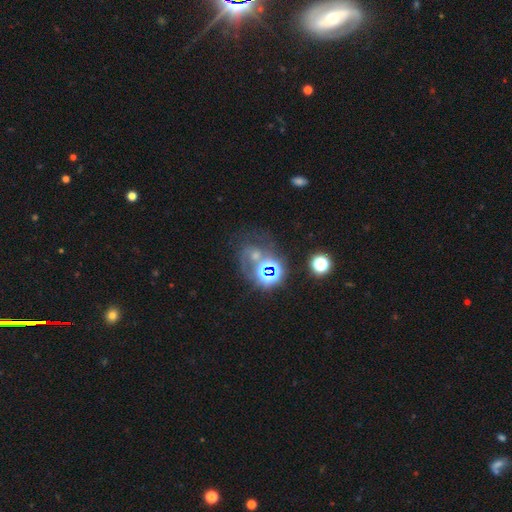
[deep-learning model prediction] Smooth or featured? Predicted: star or artifact (p=0.43).